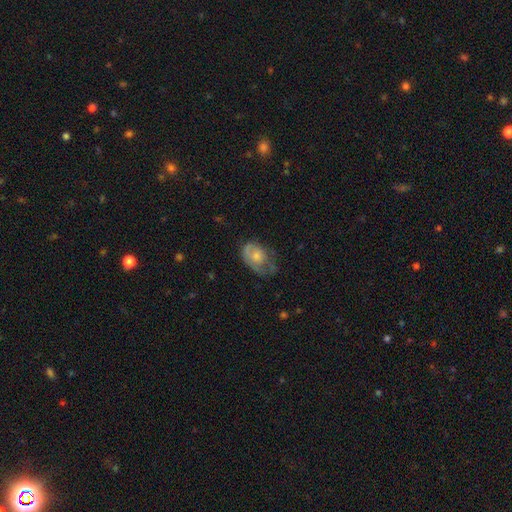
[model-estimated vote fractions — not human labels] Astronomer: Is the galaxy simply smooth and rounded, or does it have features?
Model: smooth — 59% (runner-up: featured or disk, 34%).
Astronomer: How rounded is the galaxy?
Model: in between — 81%.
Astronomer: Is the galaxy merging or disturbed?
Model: minor disturbance — 38% (runner-up: none, 33%).